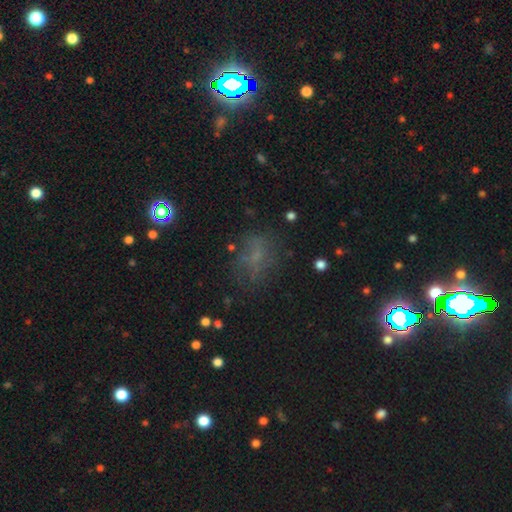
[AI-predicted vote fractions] The model was most divided on "smooth or featured": smooth: 46%, star or artifact: 34%, featured or disk: 21%. More confident: merging — none (61%).